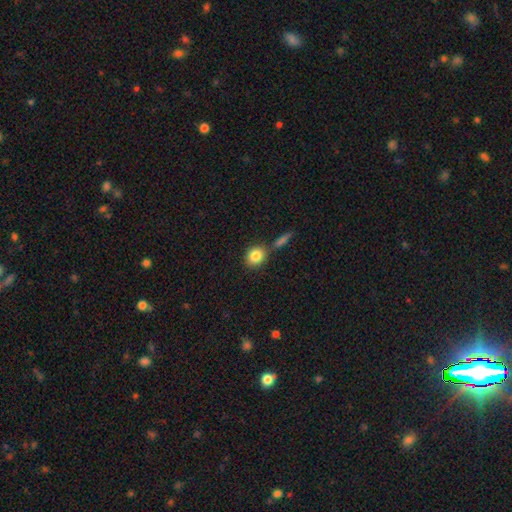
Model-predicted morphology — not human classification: type=smooth (84%); roundness=round (72%); merging=none (70%).